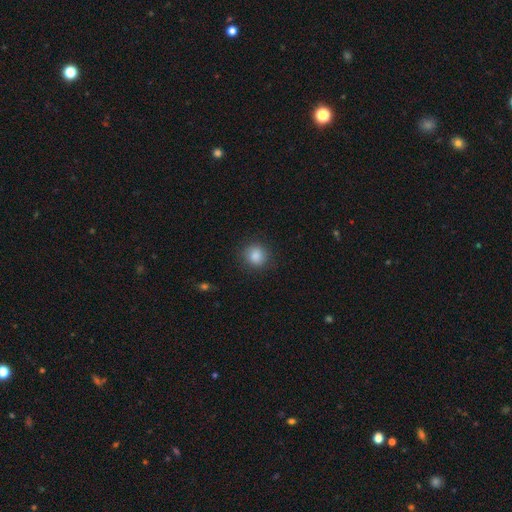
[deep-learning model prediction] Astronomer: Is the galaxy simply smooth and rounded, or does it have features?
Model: smooth — 86%.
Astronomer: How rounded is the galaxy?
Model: round — 87%.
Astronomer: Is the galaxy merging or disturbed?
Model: none — 87%.